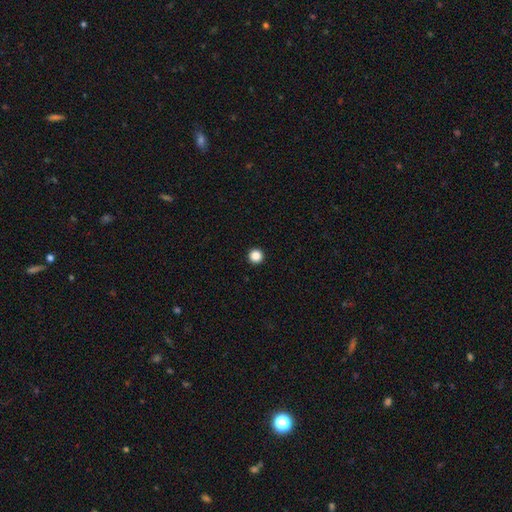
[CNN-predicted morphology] type=smooth (86%); roundness=round (97%); merging=none (94%).